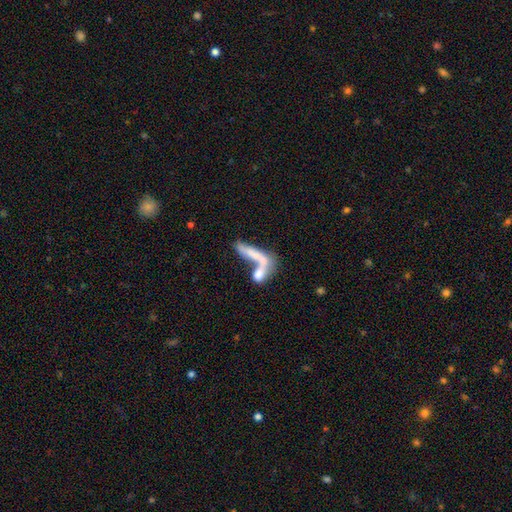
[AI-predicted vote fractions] Smooth or featured?
  - smooth: 53% *
  - featured or disk: 37%
  - star or artifact: 10%
How rounded?
  - cigar-shaped: 51% *
  - in between: 43%
  - round: 6%
Merging?
  - merger: 64% *
  - none: 16%
  - major disturbance: 12%
  - minor disturbance: 8%